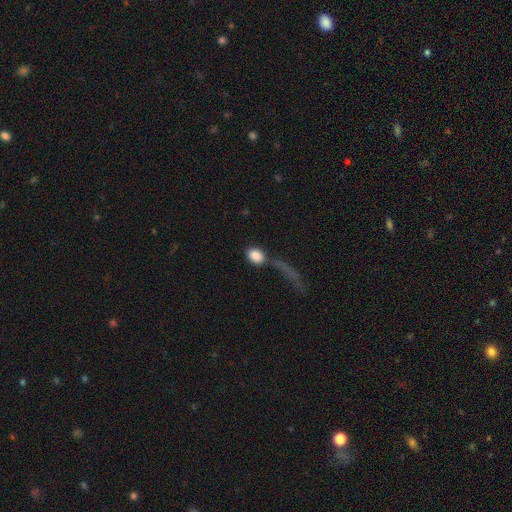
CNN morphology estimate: type=smooth (85%); roundness=in between (73%); merging=none (47%).